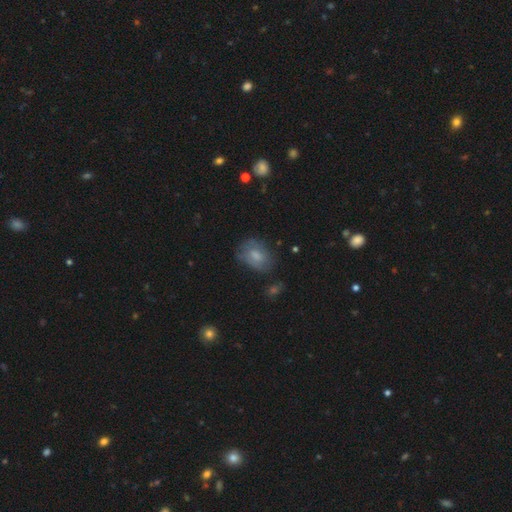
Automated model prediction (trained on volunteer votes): smooth 65%, featured or disk 26%, star or artifact 9%. Down the decision tree: how rounded — in between (71%); merging — none (58%).